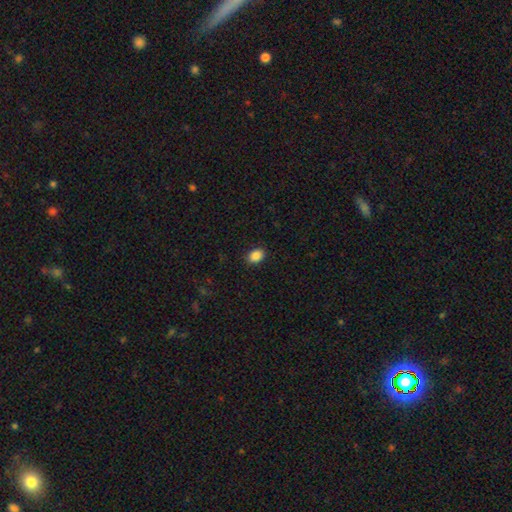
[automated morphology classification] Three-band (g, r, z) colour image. It shows a smooth galaxy with no disk features (88%) that is in between round and cigar-shaped (71%). Merging: none (89%).